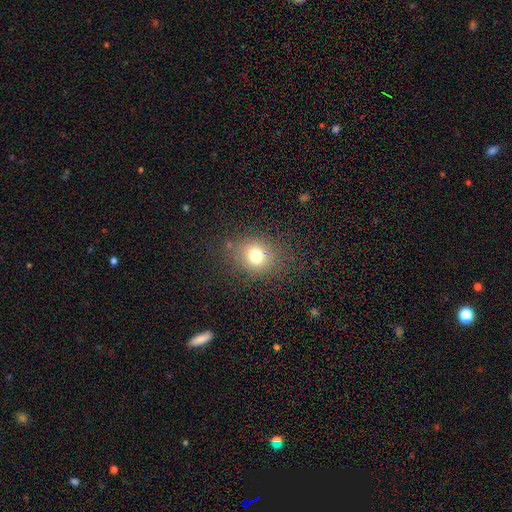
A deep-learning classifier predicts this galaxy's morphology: smooth 74%, star or artifact 15%, featured or disk 11%. Down the decision tree: how rounded — round (63%); merging — none (79%).